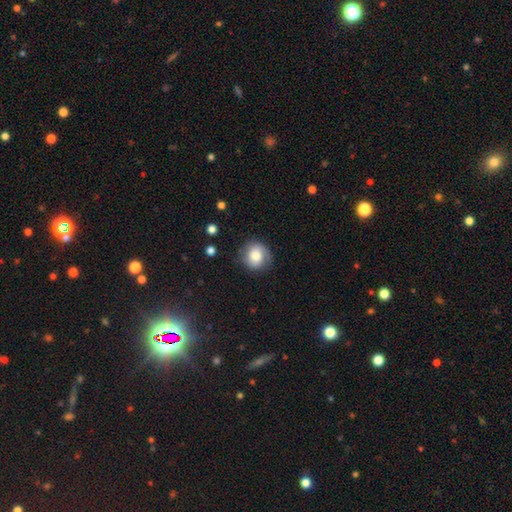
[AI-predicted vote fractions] smooth-or-featured: smooth: 64% | featured or disk: 28% | star or artifact: 8%
  how-rounded: round: 83% | in between: 16% | cigar-shaped: 1%
  merging: none: 74% | minor disturbance: 18% | major disturbance: 7% | merger: 1%